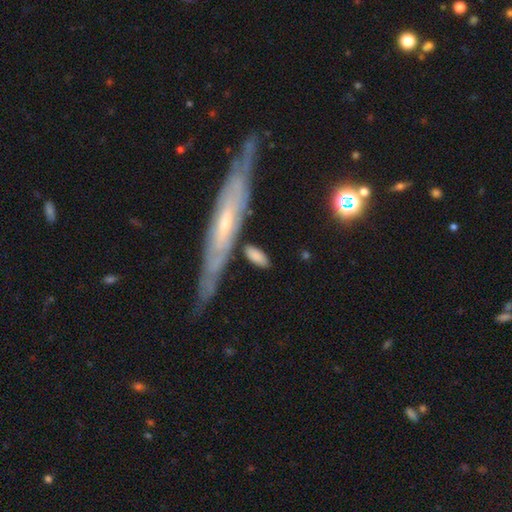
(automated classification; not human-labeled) smooth 81%, featured or disk 14%, star or artifact 5%. Down the decision tree: how rounded — in between (68%); merging — none (75%).